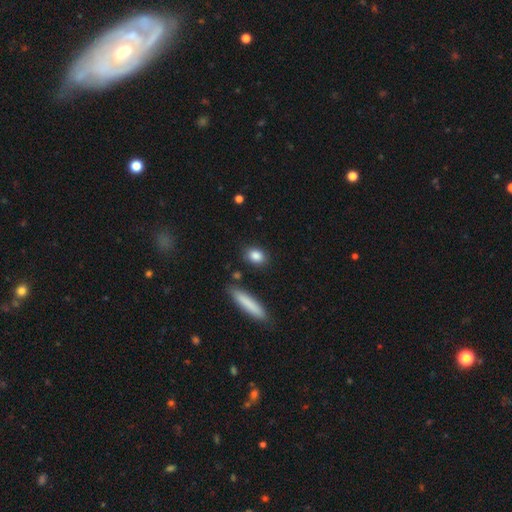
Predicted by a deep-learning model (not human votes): smooth 86%, star or artifact 8%, featured or disk 7%. Down the decision tree: how rounded — in between (59%); merging — none (84%).